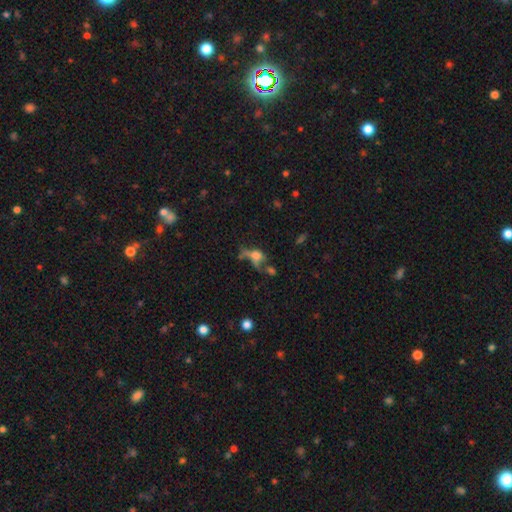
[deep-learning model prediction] This is possibly a smooth galaxy (46%). Merging: marginally major disturbance (31%).